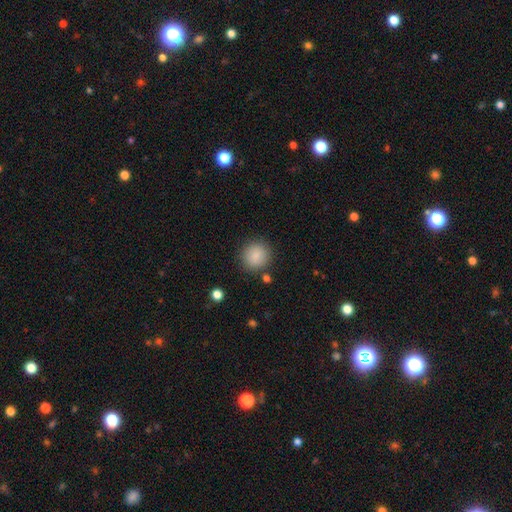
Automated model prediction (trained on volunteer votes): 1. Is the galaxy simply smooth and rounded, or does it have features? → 87% smooth, 8% star or artifact, 5% featured or disk.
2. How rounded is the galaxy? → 87% round, 12% in between, 1% cigar-shaped.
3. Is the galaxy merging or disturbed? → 86% none, 8% minor disturbance, 3% major disturbance, 2% merger.